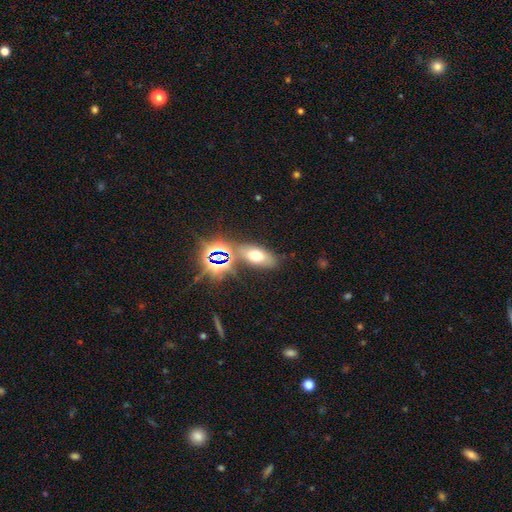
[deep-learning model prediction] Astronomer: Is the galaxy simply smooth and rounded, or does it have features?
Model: smooth — 56%.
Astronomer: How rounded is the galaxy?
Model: in between — 79%.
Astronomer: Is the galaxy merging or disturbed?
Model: none — 73%.